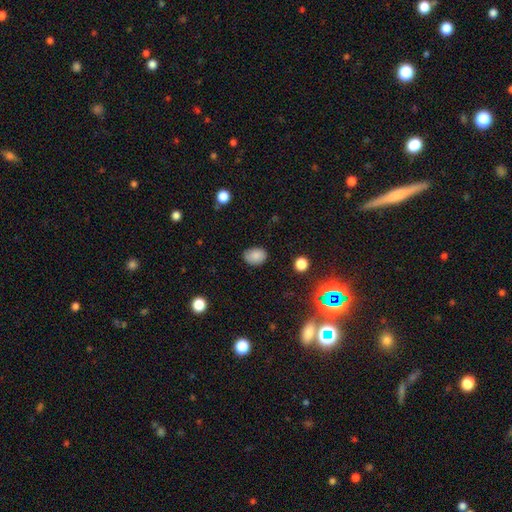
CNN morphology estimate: Smooth or featured? Predicted: smooth (p=0.84). How rounded? Predicted: in between (p=0.73). Merging? Predicted: none (p=0.77).